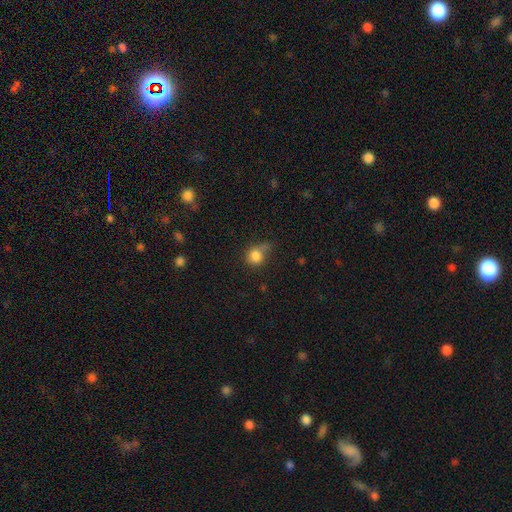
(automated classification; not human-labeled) The model was most divided on "merging": none: 45%, minor disturbance: 32%, major disturbance: 14%, merger: 8%. More confident: smooth or featured — smooth (82%); how rounded — round (78%).